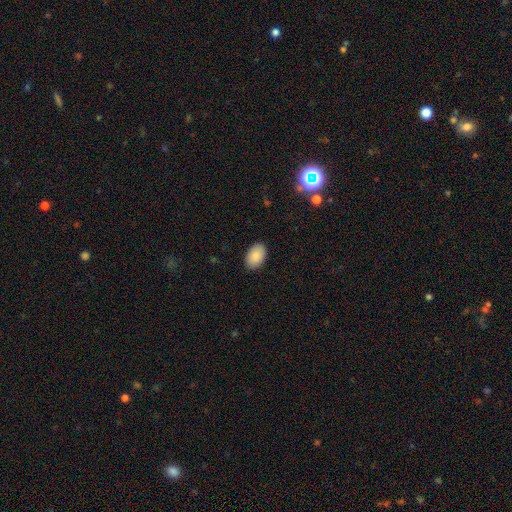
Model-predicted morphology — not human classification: A smooth galaxy with no disk features (88%) that is in between round and cigar-shaped (90%).

Vote fractions:
- Smooth or featured? smooth: 88% / star or artifact: 7% / featured or disk: 5%
- How rounded? in between: 90% / round: 9% / cigar-shaped: 1%
- Merging? none: 89% / minor disturbance: 8% / major disturbance: 2% / merger: 1%